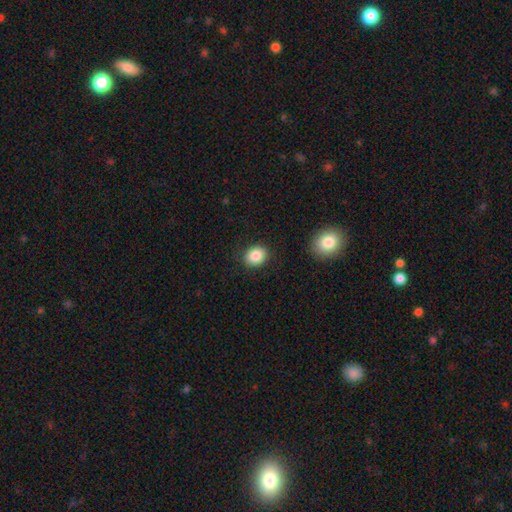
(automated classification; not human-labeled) smooth_or_featured: smooth (p=0.86) [alt: star or artifact p=0.09]
how_rounded: round (p=0.56) [alt: in between p=0.43]
merging: none (p=0.88) [alt: minor disturbance p=0.09]